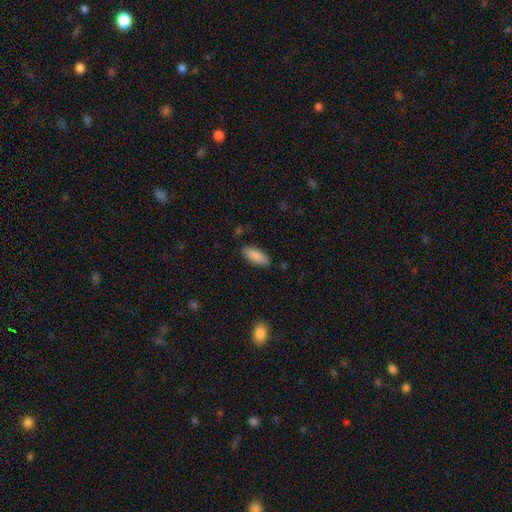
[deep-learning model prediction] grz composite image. It shows a smooth galaxy with no disk features (87%) that is in between round and cigar-shaped (79%). Merging: none (84%).